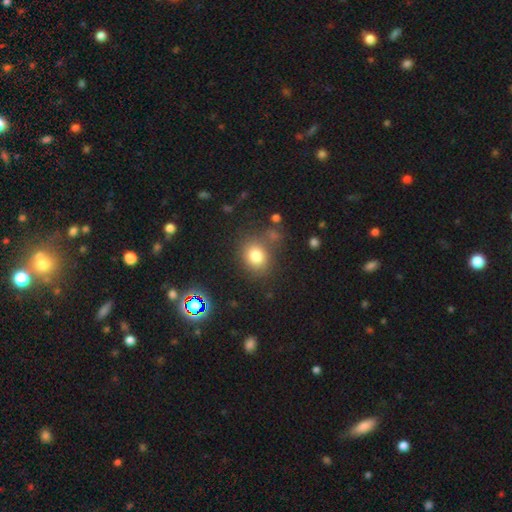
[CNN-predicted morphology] This appears to be a smooth galaxy with no disk features (79%) that is round (61%). Merging: none (73%).